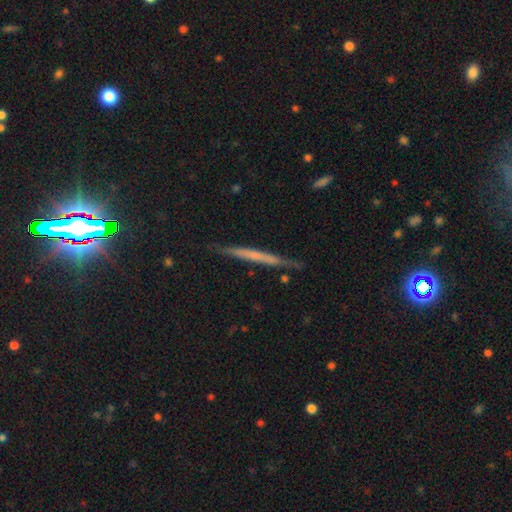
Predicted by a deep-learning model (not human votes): This appears to be a featured or disk galaxy (51%) viewed edge-on (96%). Merging: none (83%).